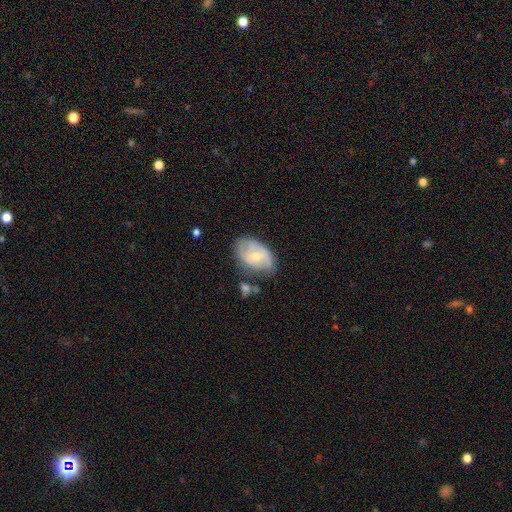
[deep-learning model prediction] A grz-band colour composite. It shows a featured or disk galaxy (54%) with no bar (63%), spiral arms (71%) and a small central bulge (50%). Merging: none (57%).